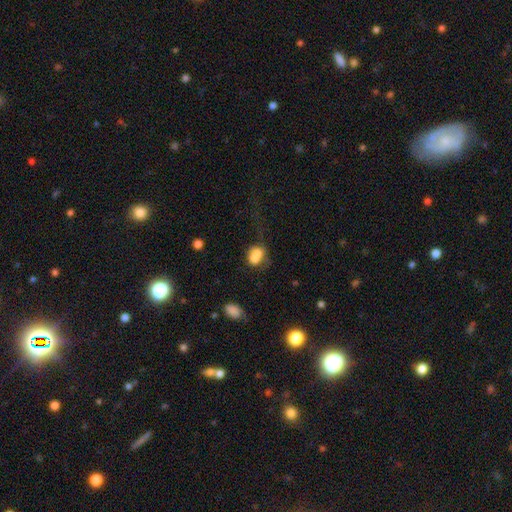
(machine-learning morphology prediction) smooth_or_featured: smooth (p=0.70) [alt: featured or disk p=0.19]
how_rounded: round (p=0.50) [alt: in between p=0.49]
merging: merger (p=0.56) [alt: none p=0.24]